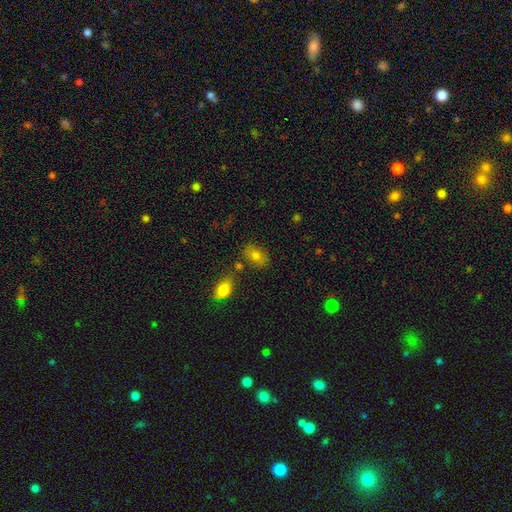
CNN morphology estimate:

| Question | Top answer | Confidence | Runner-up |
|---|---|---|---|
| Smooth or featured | smooth | 78% | featured or disk (12%) |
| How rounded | in between | 82% | round (16%) |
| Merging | none | 72% | minor disturbance (15%) |